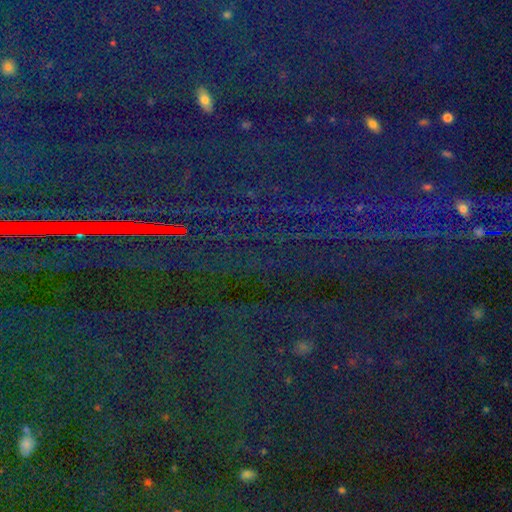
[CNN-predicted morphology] Smooth or featured: star or artifact — 87% (smooth — 7%)